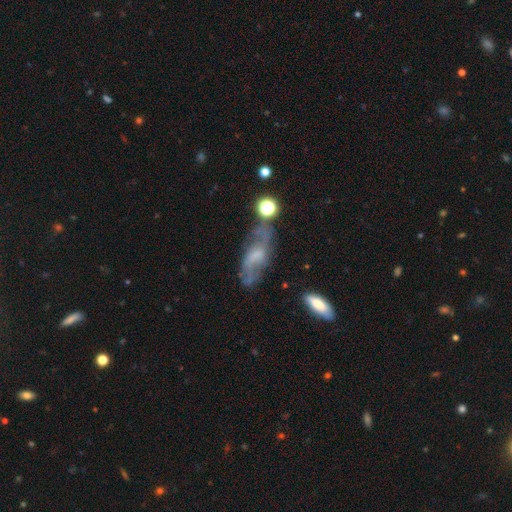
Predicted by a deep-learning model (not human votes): Overall: featured or disk (65%; smooth 26%). Edge-on disk: no (86%). Bar: no (47%; weak 42%). Spiral arms: yes (79%). Bulge size: small (38%; none 28%). Merging: none (52%; minor disturbance 24%).